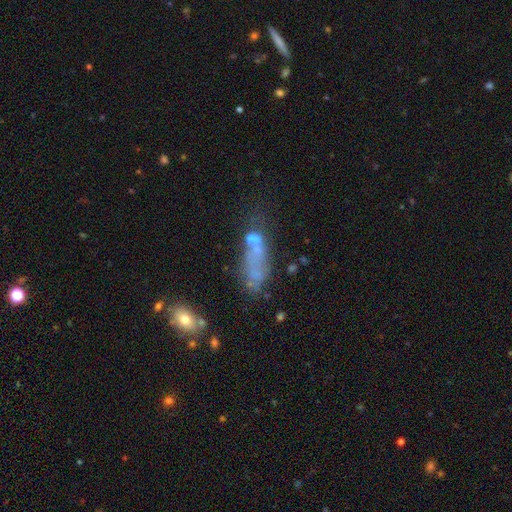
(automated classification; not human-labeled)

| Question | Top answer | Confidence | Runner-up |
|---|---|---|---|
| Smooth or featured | smooth | 48% | featured or disk (34%) |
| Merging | none | 42% | minor disturbance (21%) |